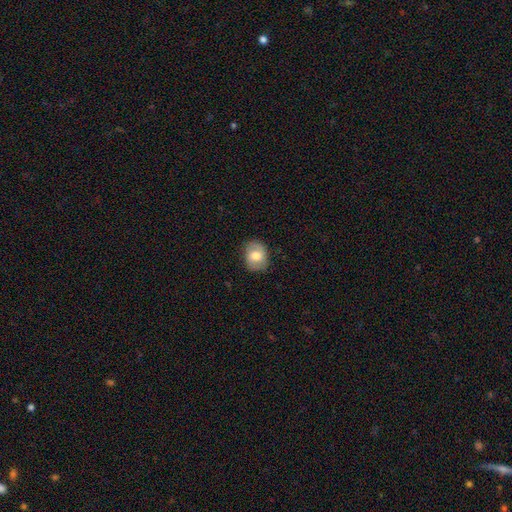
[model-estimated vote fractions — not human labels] The model was most divided on "how rounded": round: 52%, in between: 47%, cigar-shaped: 1%. More confident: merging — none (81%); smooth or featured — smooth (65%).